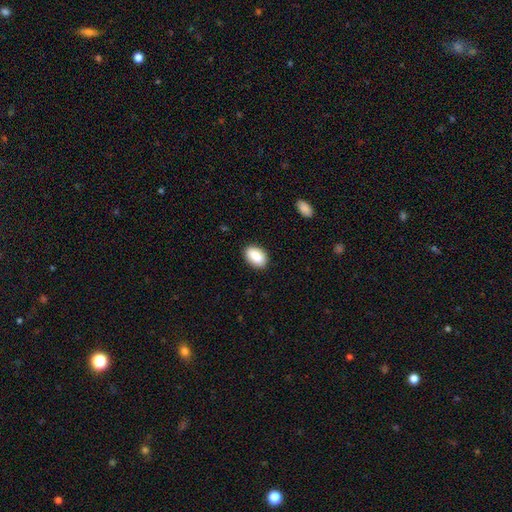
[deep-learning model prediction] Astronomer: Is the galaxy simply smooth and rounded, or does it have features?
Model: smooth — 87%.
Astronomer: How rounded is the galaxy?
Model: in between — 89%.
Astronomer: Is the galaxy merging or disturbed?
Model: none — 88%.